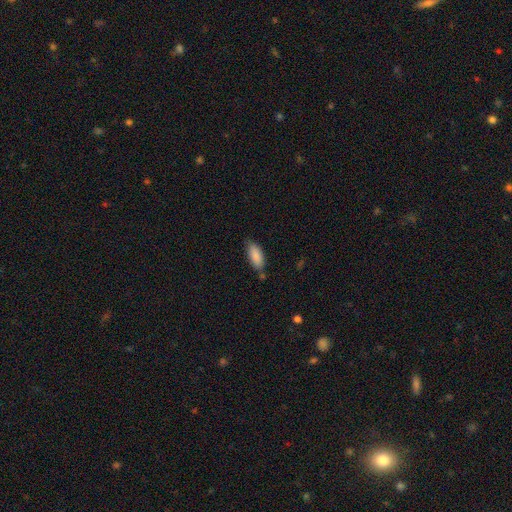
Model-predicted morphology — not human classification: Smooth or featured? Predicted: smooth (p=0.88). How rounded? Predicted: in between (p=0.82). Merging? Predicted: none (p=0.73).